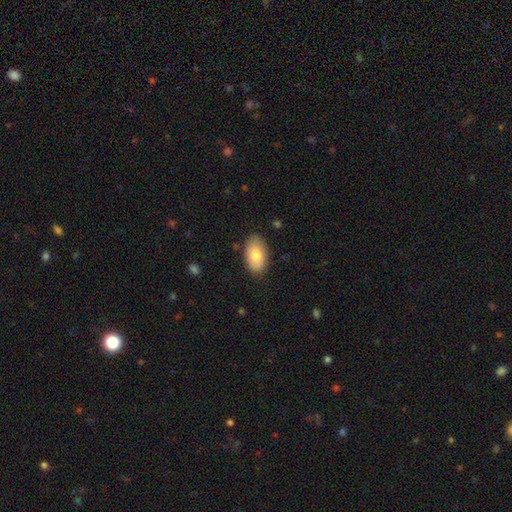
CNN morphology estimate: Smooth or featured? Predicted: smooth (p=0.81). How rounded? Predicted: in between (p=0.94). Merging? Predicted: none (p=0.82).